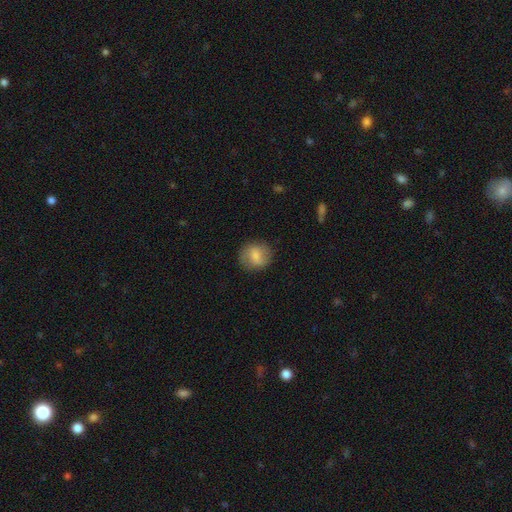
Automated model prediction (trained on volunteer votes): Smooth or featured? smooth (66%)
How rounded? round (80%)
Merging? none (82%)